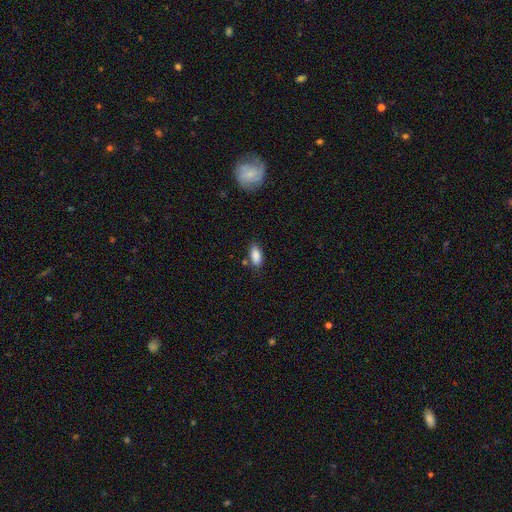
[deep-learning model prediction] Morphology: type=smooth (87%); roundness=in between (89%); merging=none (77%).